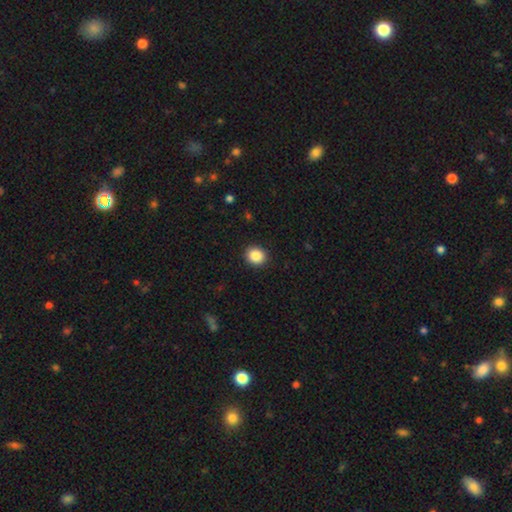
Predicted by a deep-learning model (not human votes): Smooth or featured? smooth (88%)
How rounded? round (78%)
Merging? none (91%)